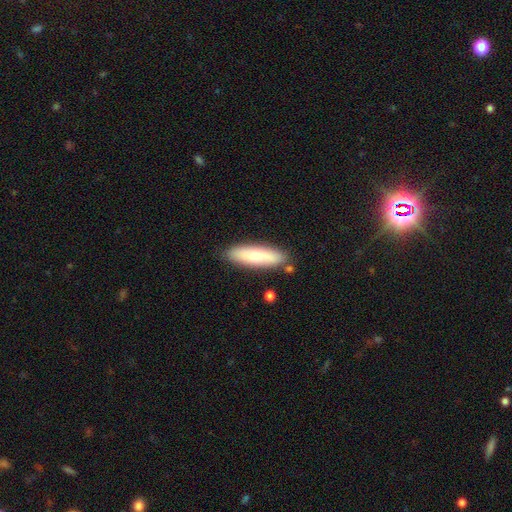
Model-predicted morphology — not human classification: Smooth or featured? Predicted: smooth (p=0.77). How rounded? Predicted: cigar-shaped (p=0.70). Merging? Predicted: none (p=0.85).